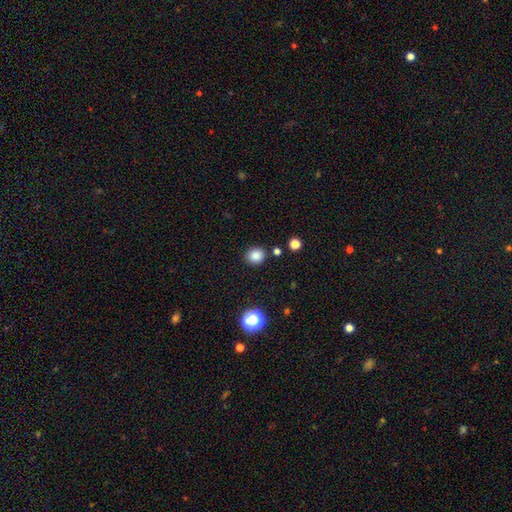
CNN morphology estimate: A smooth galaxy with no disk features (84%) that is round (78%). Merging: none (86%).